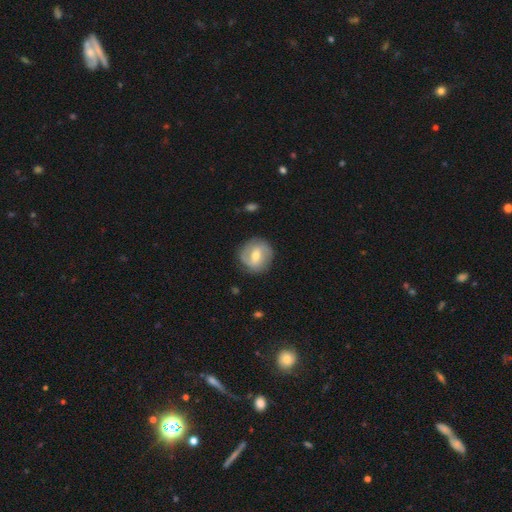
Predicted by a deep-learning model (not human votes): smooth_or_featured: featured or disk (p=0.62) [alt: smooth p=0.33]
disk_edge_on: no (p=0.97) [alt: yes p=0.03]
bar: weak (p=0.52) [alt: strong p=0.27]
has_spiral_arms: yes (p=0.79) [alt: no p=0.21]
bulge_size: moderate (p=0.66) [alt: small p=0.28]
merging: none (p=0.84) [alt: minor disturbance p=0.11]